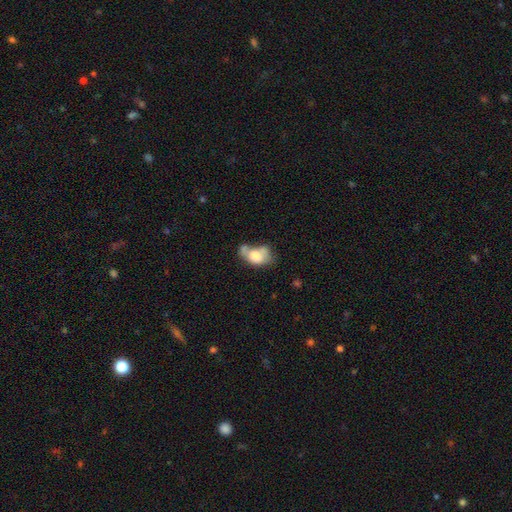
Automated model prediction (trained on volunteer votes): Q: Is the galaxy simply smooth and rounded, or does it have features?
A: smooth — 68%.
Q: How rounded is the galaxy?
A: in between — 79%.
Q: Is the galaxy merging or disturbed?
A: merger — 43%.